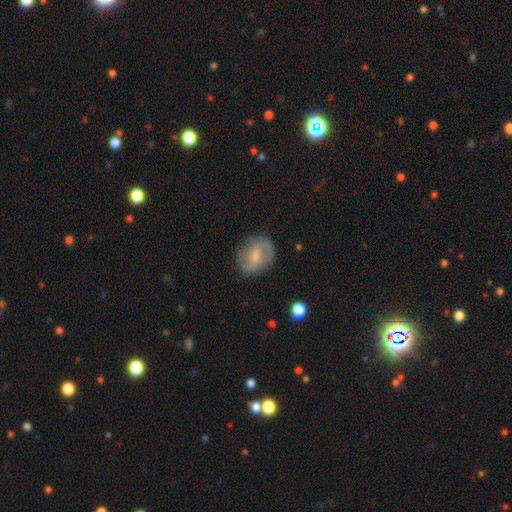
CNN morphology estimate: type=featured or disk (54%); edge-on=no (97%); bar=weak (53%); spiral arms=yes (81%); bulge=small (58%); merging=none (79%).